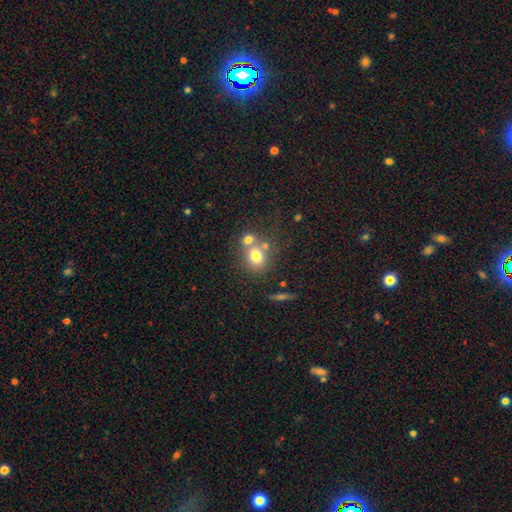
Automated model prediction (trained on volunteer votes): smooth 72%, featured or disk 15%, star or artifact 12%. Down the decision tree: how rounded — round (62%); merging — none (43%).